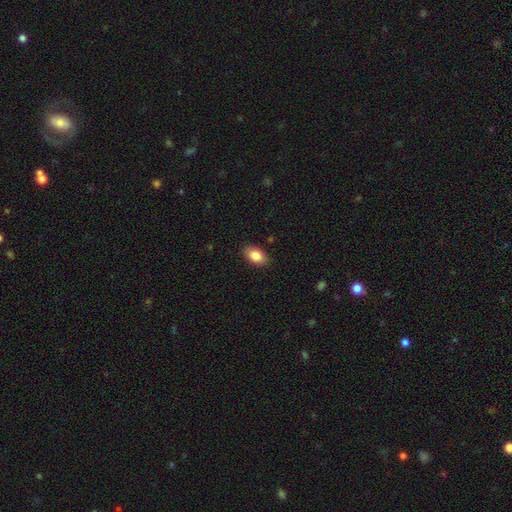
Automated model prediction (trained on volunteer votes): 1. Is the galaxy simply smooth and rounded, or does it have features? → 85% smooth, 8% featured or disk, 7% star or artifact.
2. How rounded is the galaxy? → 91% in between, 7% round, 2% cigar-shaped.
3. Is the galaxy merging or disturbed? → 87% none, 10% minor disturbance, 2% major disturbance, 1% merger.